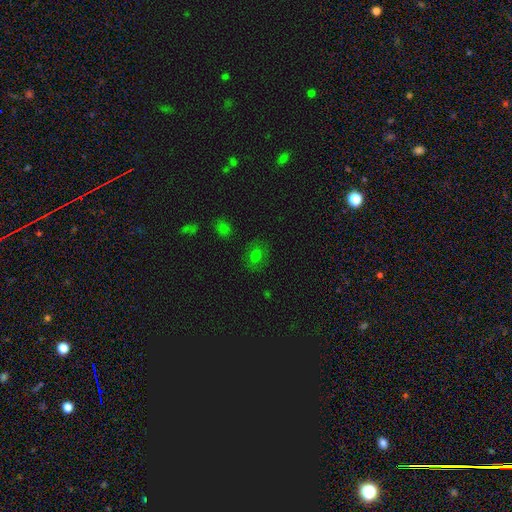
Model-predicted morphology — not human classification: Smooth or featured? smooth (66%)
How rounded? in between (55%)
Merging? none (76%)